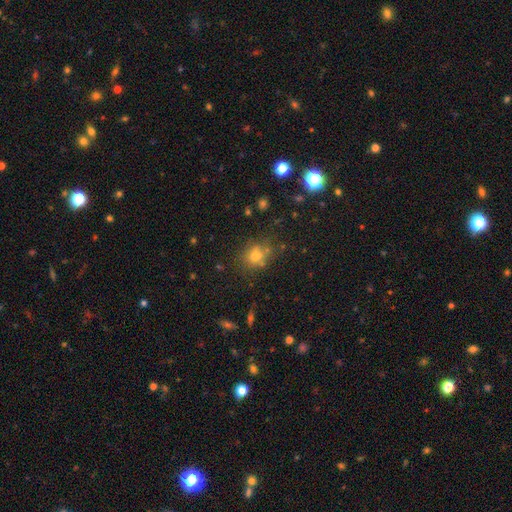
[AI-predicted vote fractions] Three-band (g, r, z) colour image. It shows a smooth galaxy with no disk features (68%) that is round (74%). Merging: none (67%).